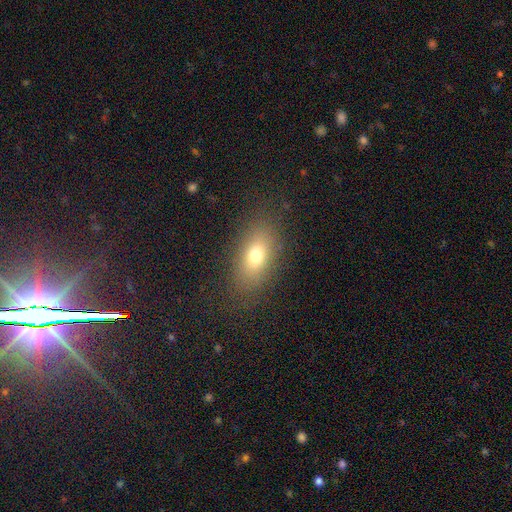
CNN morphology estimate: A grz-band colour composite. It shows a smooth galaxy with no disk features (73%) that is in between round and cigar-shaped (82%). Merging: none (84%).